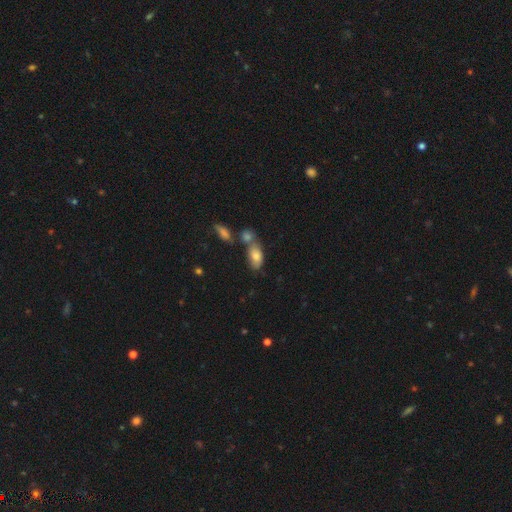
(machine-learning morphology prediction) smooth 78%, featured or disk 13%, star or artifact 8%. Down the decision tree: how rounded — in between (89%); merging — none (41%).